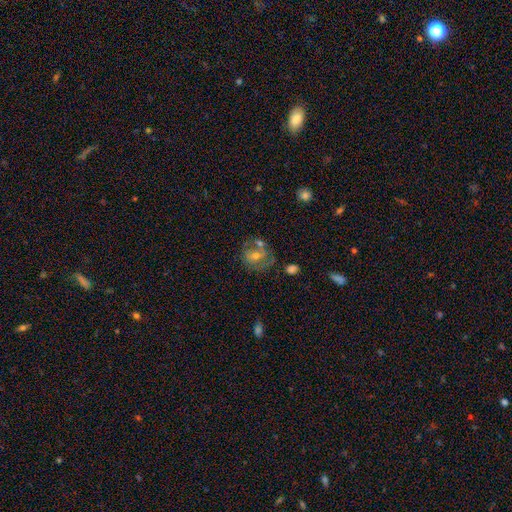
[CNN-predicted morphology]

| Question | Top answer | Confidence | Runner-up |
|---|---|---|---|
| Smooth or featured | featured or disk | 47% | smooth (43%) |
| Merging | none | 49% | merger (21%) |